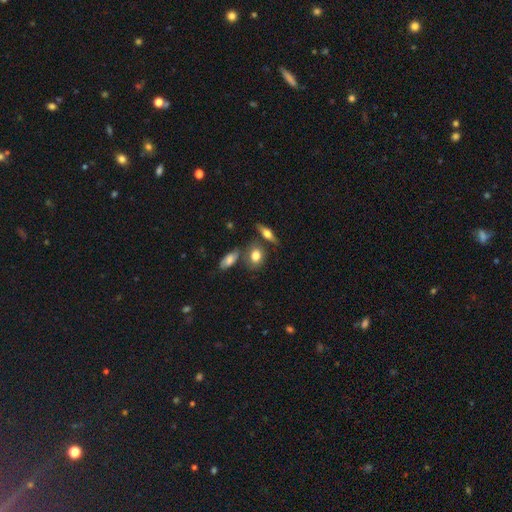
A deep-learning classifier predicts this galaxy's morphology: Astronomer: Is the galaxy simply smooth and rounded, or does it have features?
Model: smooth — 75%.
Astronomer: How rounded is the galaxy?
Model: in between — 61%.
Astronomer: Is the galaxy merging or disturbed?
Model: none — 67%.